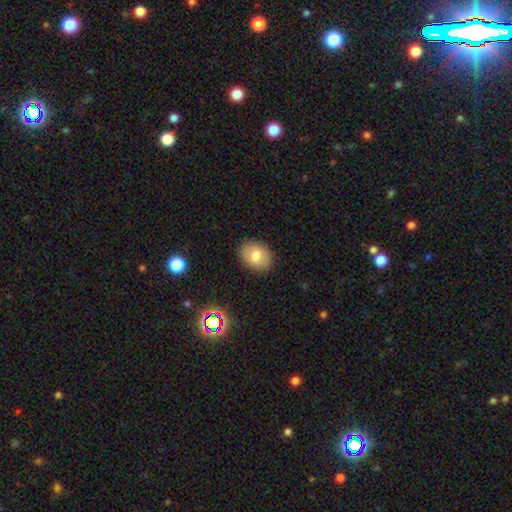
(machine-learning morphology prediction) Smooth or featured? smooth (77%)
How rounded? in between (61%)
Merging? none (88%)